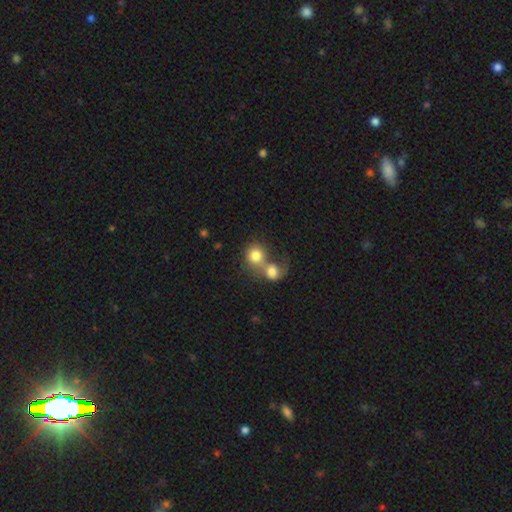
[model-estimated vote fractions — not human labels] A smooth galaxy with no disk features (77%) that is round (79%).

Vote fractions:
- Smooth or featured? smooth: 77% / featured or disk: 14% / star or artifact: 9%
- How rounded? round: 79% / in between: 20% / cigar-shaped: 1%
- Merging? merger: 69% / none: 20% / major disturbance: 6% / minor disturbance: 6%